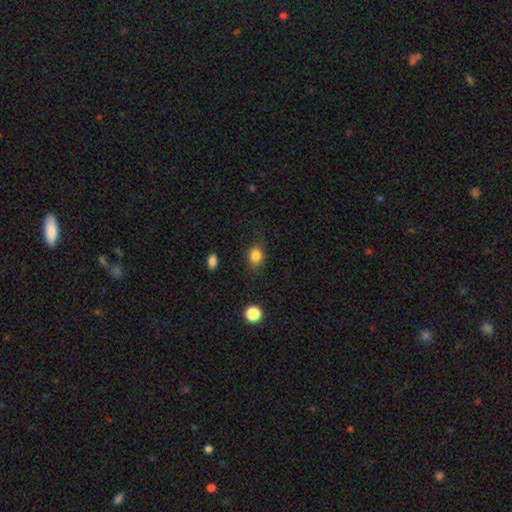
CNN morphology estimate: smooth 84%, star or artifact 10%, featured or disk 6%. Down the decision tree: how rounded — round (53%); merging — none (80%).